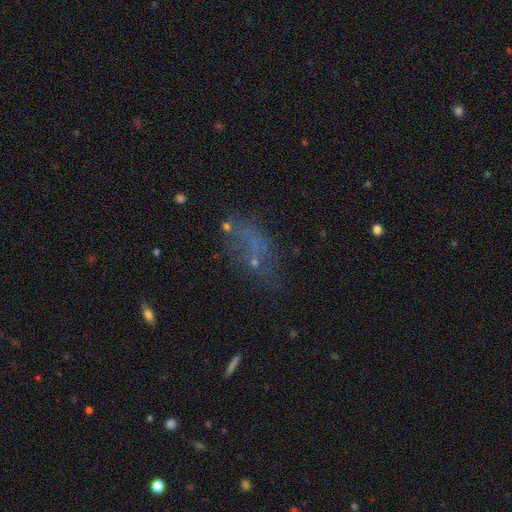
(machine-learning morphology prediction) The model was most divided on "smooth or featured": smooth: 42%, star or artifact: 30%, featured or disk: 29%. Remaining: merging — none (44%).